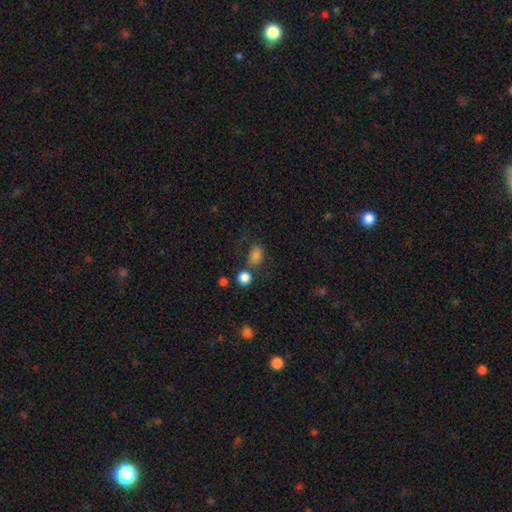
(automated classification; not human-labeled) This is likely a smooth galaxy (79%). How rounded: likely in between (66%). Merging: possibly none (56%).